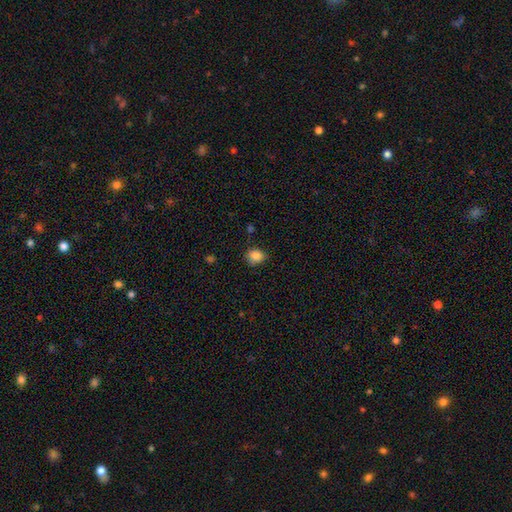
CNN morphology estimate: smooth_or_featured: smooth (p=0.86) [alt: star or artifact p=0.10]
how_rounded: round (p=0.70) [alt: in between p=0.29]
merging: none (p=0.74) [alt: minor disturbance p=0.21]